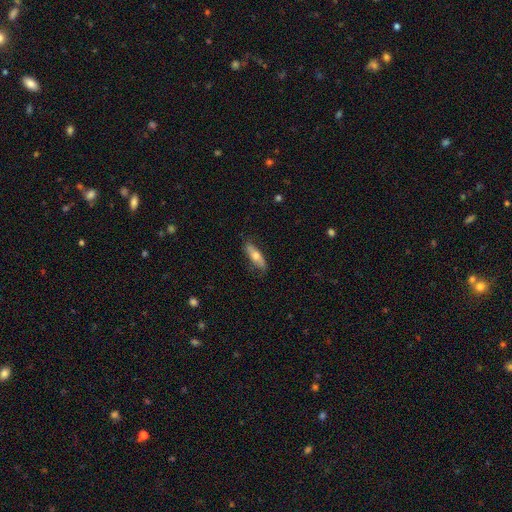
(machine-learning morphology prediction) Overall: smooth (60%; featured or disk 34%). How rounded: in between (49%, tied with cigar-shaped). Merging: none (80%).